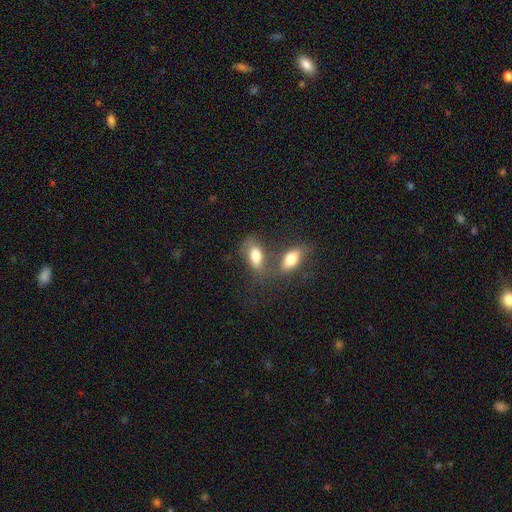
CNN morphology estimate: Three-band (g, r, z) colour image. It shows a smooth galaxy with no disk features (76%) that is in between round and cigar-shaped (89%). Merging: none (39%, tied with merger).